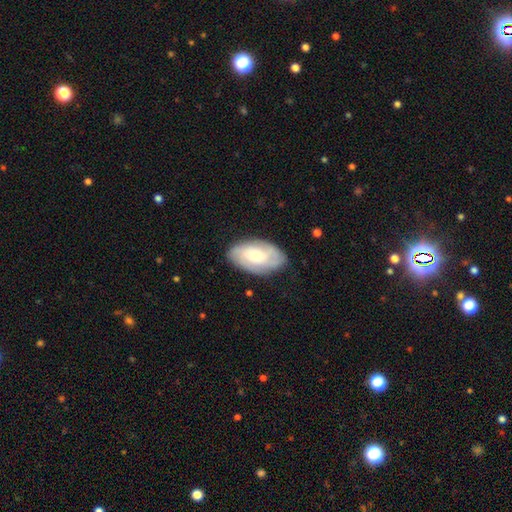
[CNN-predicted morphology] This is possibly a featured or disk galaxy (50%). Merging: likely none (79%).